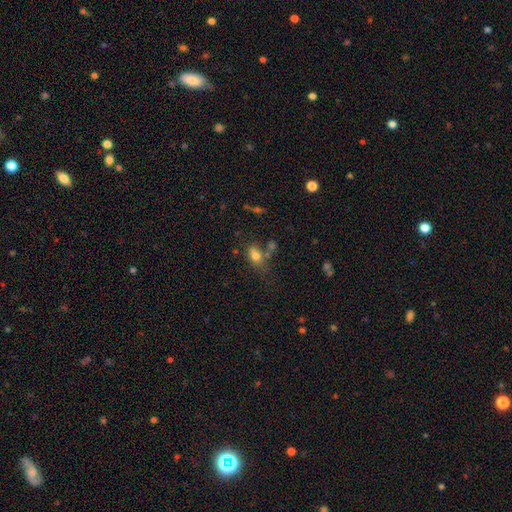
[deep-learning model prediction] Smooth or featured? smooth (73%)
How rounded? in between (77%)
Merging? none (49%)